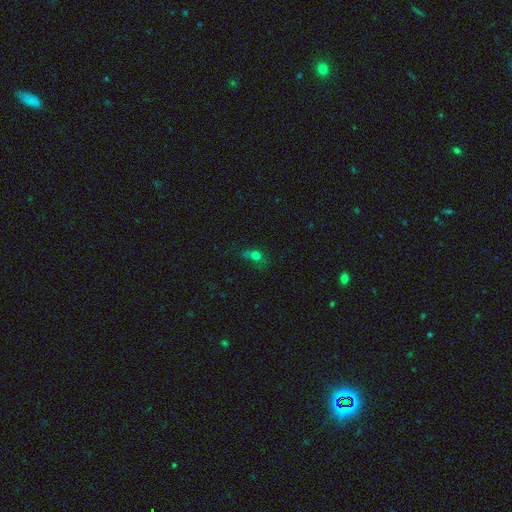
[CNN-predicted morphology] Q: Smooth or featured?
A: smooth (63%); runner-up: star or artifact (21%)
Q: How rounded?
A: round (50%); runner-up: in between (45%)
Q: Merging?
A: none (42%); runner-up: minor disturbance (26%)